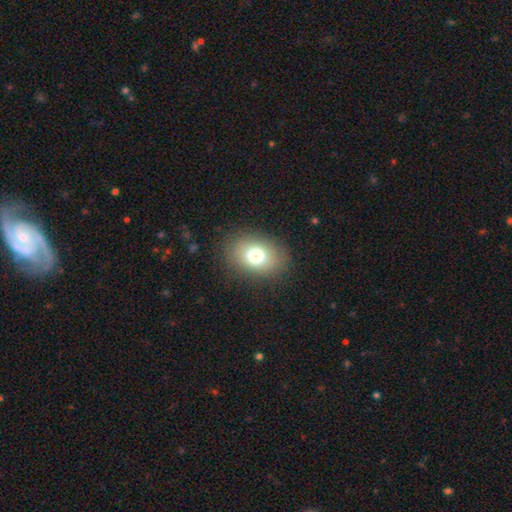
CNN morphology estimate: A smooth galaxy with no disk features (77%) that is in between round and cigar-shaped (73%). Merging: none (84%).